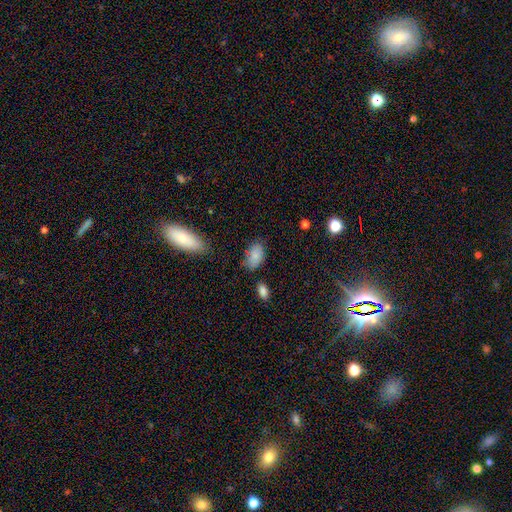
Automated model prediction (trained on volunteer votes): This is clearly a smooth galaxy (81%). How rounded: clearly in between (93%). Merging: likely none (65%).